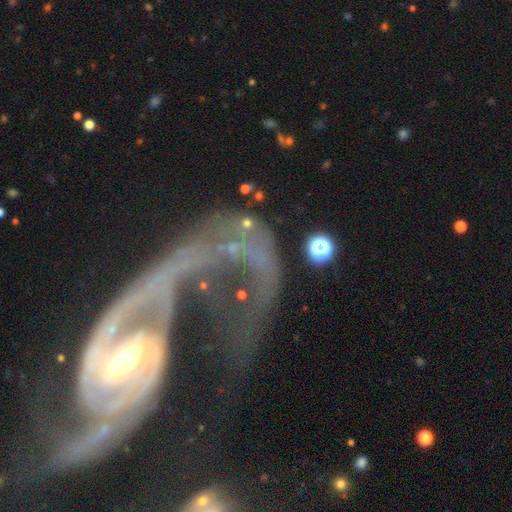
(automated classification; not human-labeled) smooth_or_featured: featured or disk (p=0.75) [alt: smooth p=0.14]
disk_edge_on: no (p=0.91) [alt: yes p=0.09]
bar: strong (p=0.37) [alt: no p=0.33]
has_spiral_arms: yes (p=0.66) [alt: no p=0.34]
bulge_size: moderate (p=0.54) [alt: small p=0.27]
merging: major disturbance (p=0.43) [alt: none p=0.32]